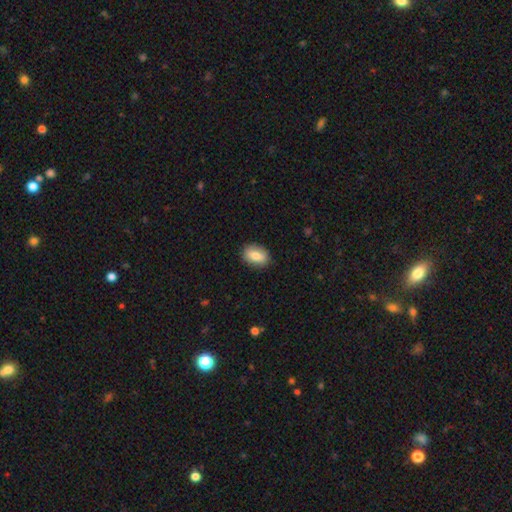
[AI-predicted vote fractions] smooth 80%, featured or disk 13%, star or artifact 7%. Down the decision tree: how rounded — in between (81%); merging — none (86%).